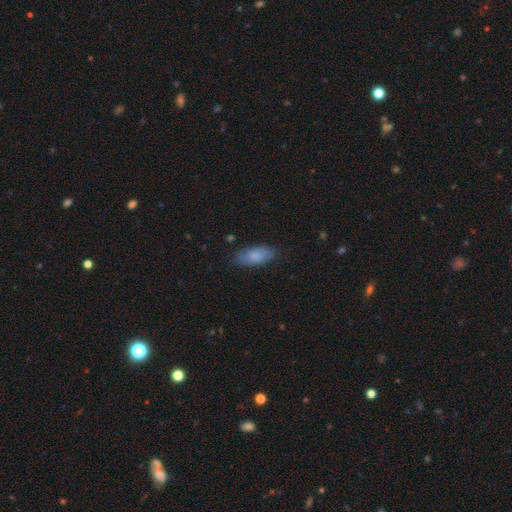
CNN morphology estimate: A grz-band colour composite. It shows a smooth galaxy with no disk features (80%) that is in between round and cigar-shaped (82%). Merging: none (77%).